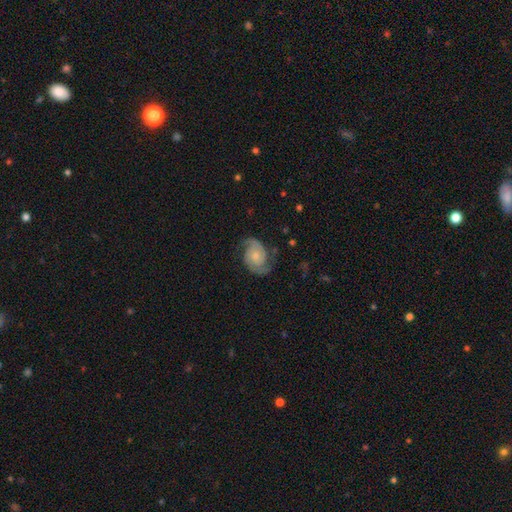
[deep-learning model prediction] Overall: featured or disk (85%). Edge-on disk: no (98%). Bar: no (69%). Spiral arms: yes (97%). Spiral arm count: 2 (92%). Spiral winding: medium (49%; tight 32%). Bulge size: small (44%; moderate 37%). Merging: none (74%).